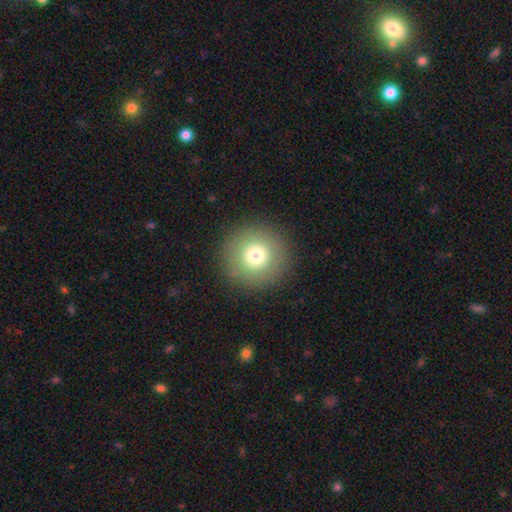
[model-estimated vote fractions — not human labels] Smooth or featured: smooth — 74% (featured or disk — 14%)
How rounded: round — 97% (in between — 3%)
Merging: none — 91% (minor disturbance — 6%)